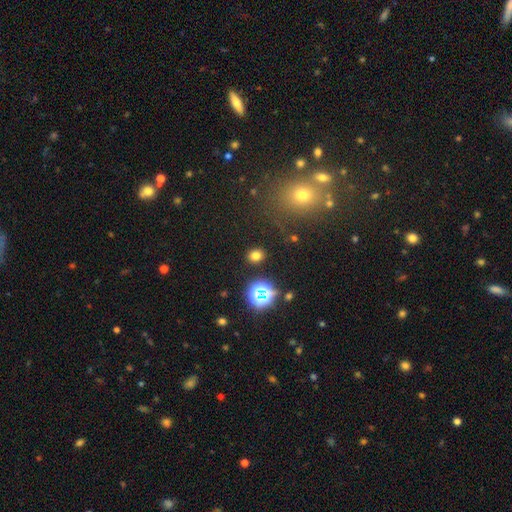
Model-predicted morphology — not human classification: Overall: smooth (70%). How rounded: round (60%; in between 39%). Merging: none (87%).